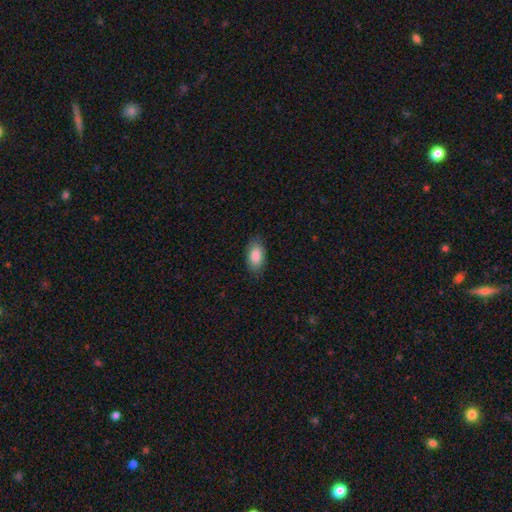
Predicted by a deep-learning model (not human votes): Smooth or featured? Predicted: smooth (p=0.87). How rounded? Predicted: in between (p=0.93). Merging? Predicted: none (p=0.84).